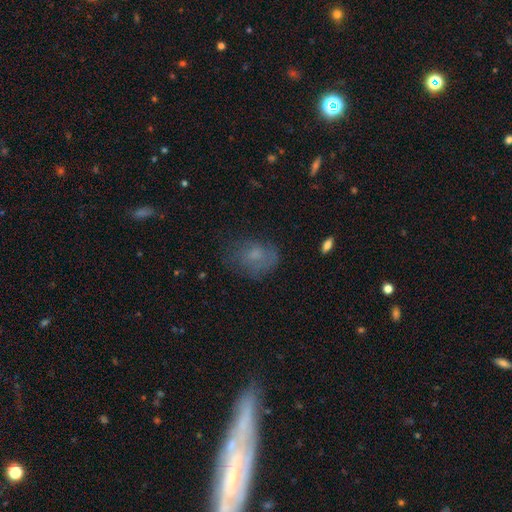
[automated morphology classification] smooth 61%, featured or disk 25%, star or artifact 14%. Down the decision tree: how rounded — in between (62%); merging — none (55%).